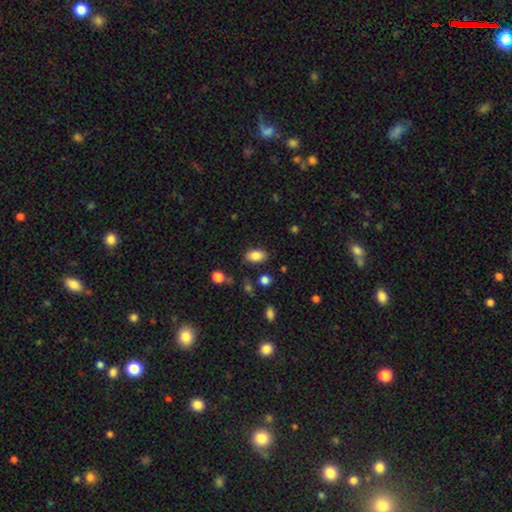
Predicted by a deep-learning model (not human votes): smooth_or_featured: smooth (p=0.85) [alt: star or artifact p=0.09]
how_rounded: in between (p=0.90) [alt: round p=0.08]
merging: none (p=0.83) [alt: minor disturbance p=0.12]